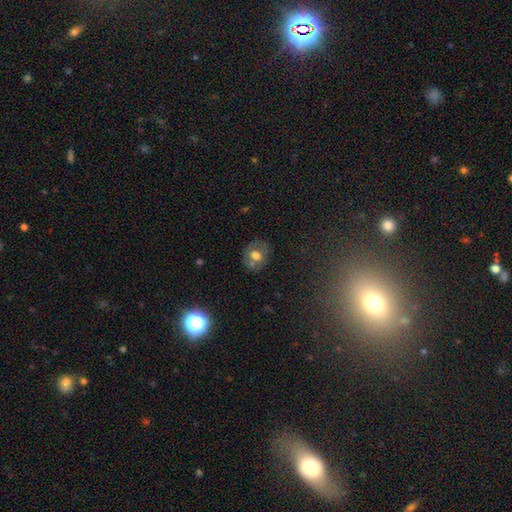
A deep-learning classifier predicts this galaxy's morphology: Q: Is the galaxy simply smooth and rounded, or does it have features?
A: smooth — 61%.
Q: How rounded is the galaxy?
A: round — 64%.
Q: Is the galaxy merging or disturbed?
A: none — 67%.